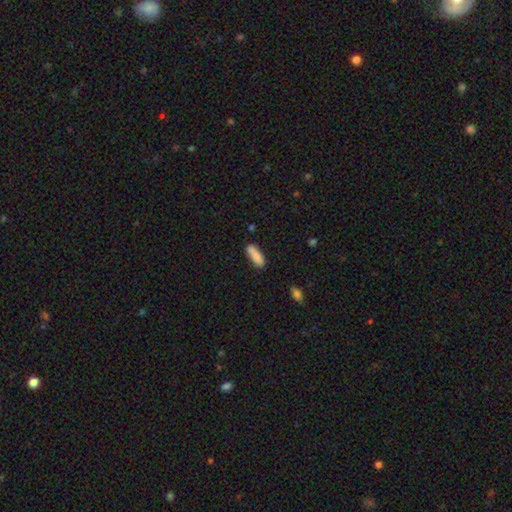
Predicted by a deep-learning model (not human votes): Q: Smooth or featured?
A: smooth (86%); runner-up: featured or disk (7%)
Q: How rounded?
A: cigar-shaped (51%); runner-up: in between (48%)
Q: Merging?
A: none (81%); runner-up: minor disturbance (14%)